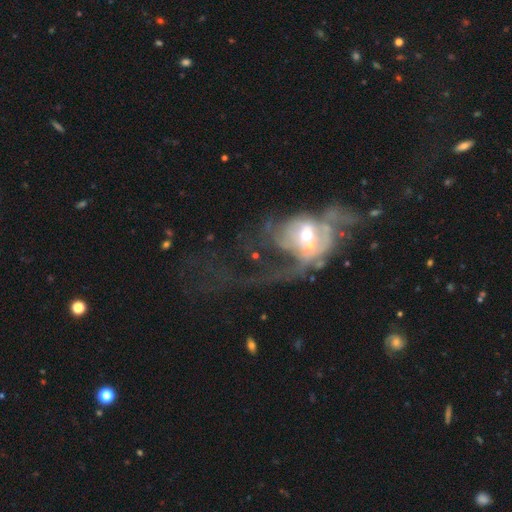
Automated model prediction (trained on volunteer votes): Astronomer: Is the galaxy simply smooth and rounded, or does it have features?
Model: featured or disk — 65%.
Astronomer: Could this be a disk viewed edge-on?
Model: no — 96%.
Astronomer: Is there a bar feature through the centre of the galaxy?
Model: no — 73%.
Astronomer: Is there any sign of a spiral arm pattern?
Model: yes — 51% (runner-up: no, 49%).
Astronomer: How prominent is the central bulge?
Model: moderate — 62%.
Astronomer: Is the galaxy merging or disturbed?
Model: merger — 48% (runner-up: major disturbance, 36%).